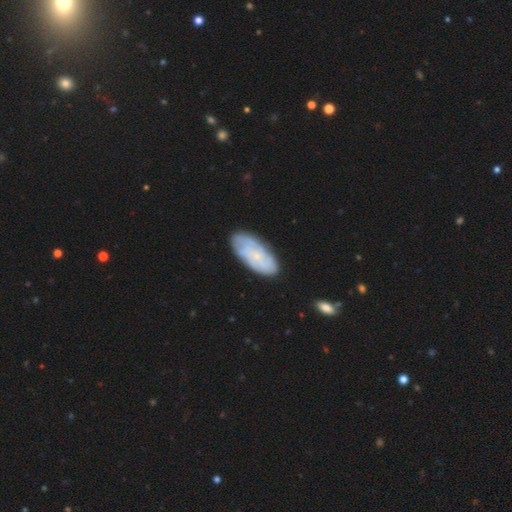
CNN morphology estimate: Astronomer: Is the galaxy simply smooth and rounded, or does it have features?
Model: featured or disk — 57% (runner-up: smooth, 37%).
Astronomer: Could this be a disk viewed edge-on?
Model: no — 92%.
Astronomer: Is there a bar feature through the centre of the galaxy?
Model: no — 79%.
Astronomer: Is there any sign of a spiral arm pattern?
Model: yes — 82%.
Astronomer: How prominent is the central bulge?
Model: small — 78%.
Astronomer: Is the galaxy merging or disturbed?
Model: none — 79%.